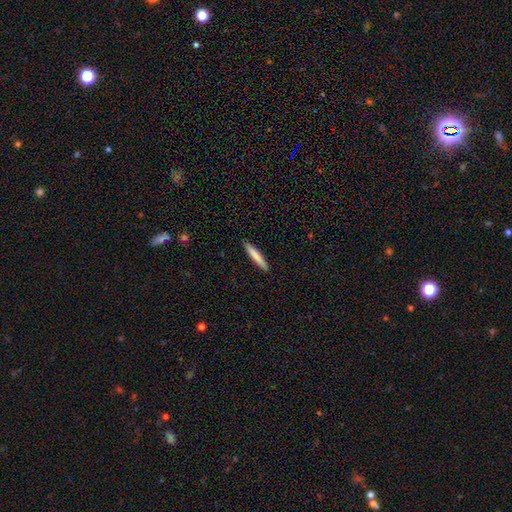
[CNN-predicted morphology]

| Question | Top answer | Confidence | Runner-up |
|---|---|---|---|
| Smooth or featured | smooth | 80% | featured or disk (14%) |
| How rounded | cigar-shaped | 94% | in between (5%) |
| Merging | none | 90% | minor disturbance (7%) |